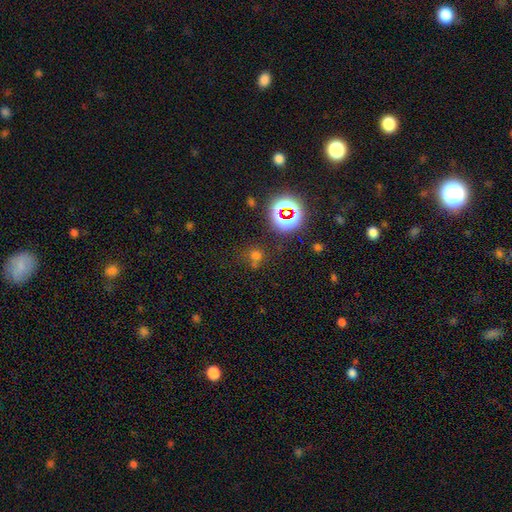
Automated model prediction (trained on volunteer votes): Overall: smooth (52%; star or artifact 40%). How rounded: round (80%). Merging: none (63%).